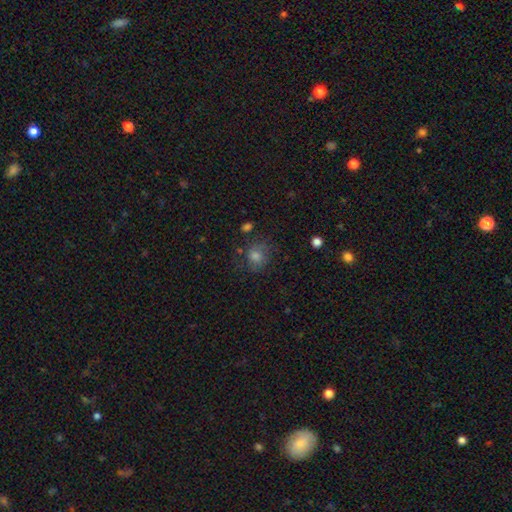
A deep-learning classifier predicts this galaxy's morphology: A smooth galaxy with no disk features (60%) that is round (74%).

Vote fractions:
- Smooth or featured? smooth: 60% / star or artifact: 21% / featured or disk: 19%
- How rounded? round: 74% / in between: 25% / cigar-shaped: 1%
- Merging? none: 68% / minor disturbance: 19% / major disturbance: 10% / merger: 3%